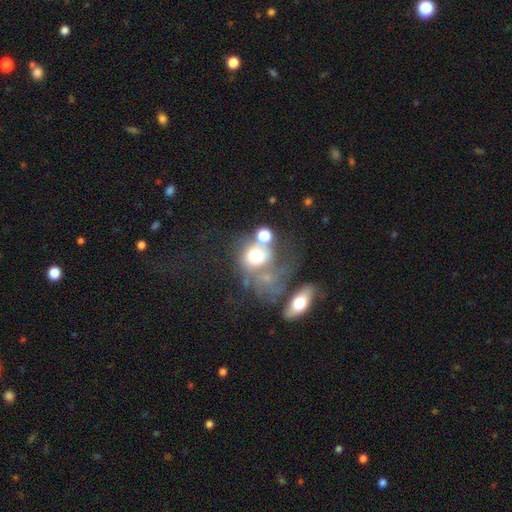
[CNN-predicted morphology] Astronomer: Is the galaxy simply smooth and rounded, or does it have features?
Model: smooth — 52% (runner-up: featured or disk, 32%).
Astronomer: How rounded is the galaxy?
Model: round — 57% (runner-up: in between, 41%).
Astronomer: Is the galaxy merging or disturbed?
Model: merger — 46% (runner-up: none, 22%).